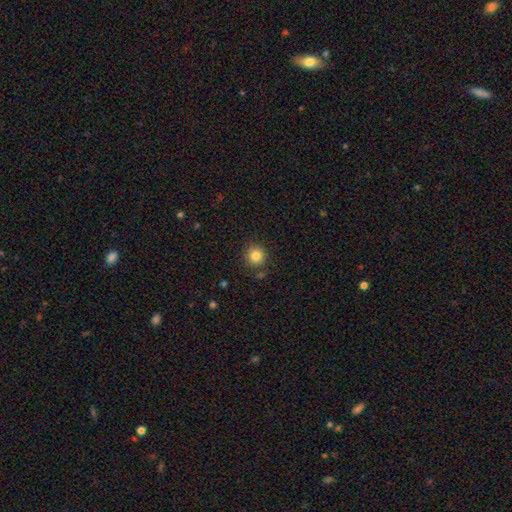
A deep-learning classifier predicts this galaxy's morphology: type=smooth (83%); roundness=round (92%); merging=none (84%).